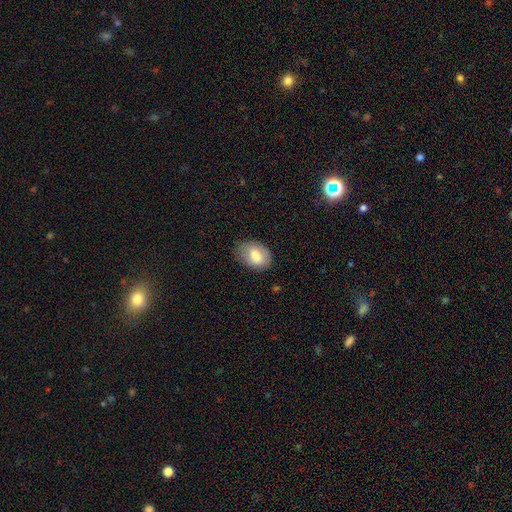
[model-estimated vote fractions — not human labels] This is likely a smooth galaxy (79%). How rounded: clearly in between (81%). Merging: likely none (77%).